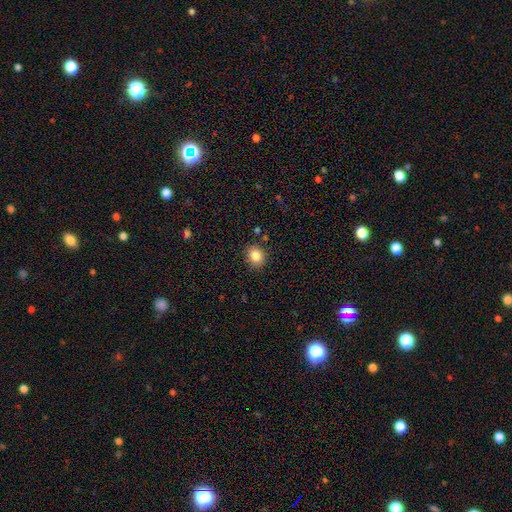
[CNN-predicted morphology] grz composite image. It shows a smooth galaxy with no disk features (84%) that is round (67%). Merging: none (87%).